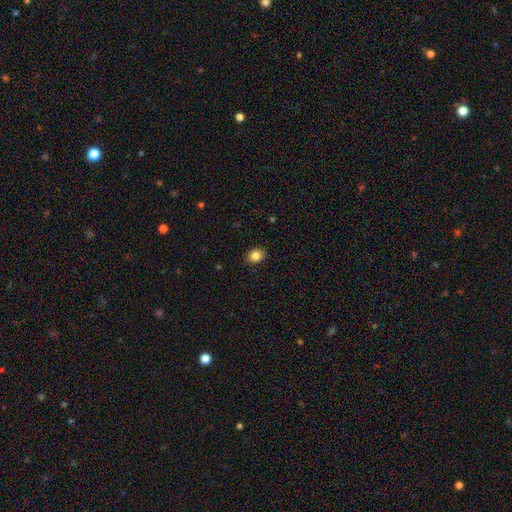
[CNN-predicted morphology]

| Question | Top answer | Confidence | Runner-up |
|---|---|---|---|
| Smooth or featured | smooth | 84% | star or artifact (10%) |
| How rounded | in between | 53% | round (46%) |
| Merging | none | 90% | minor disturbance (7%) |